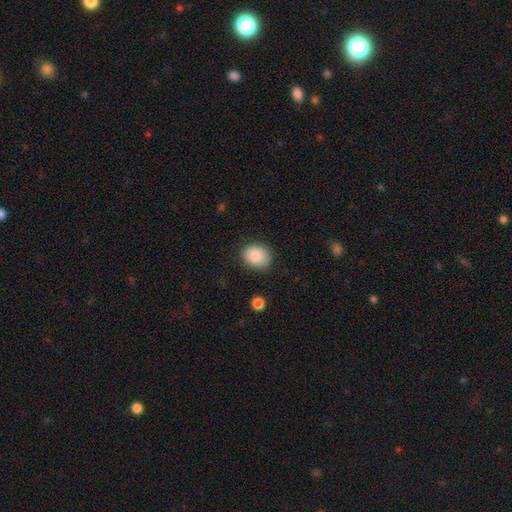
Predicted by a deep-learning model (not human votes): Overall: smooth (86%). How rounded: in between (52%; round 47%). Merging: none (82%).